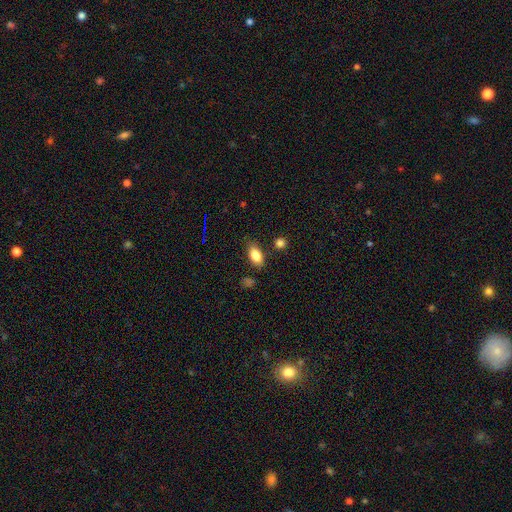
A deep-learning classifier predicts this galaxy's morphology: Smooth or featured: smooth — 83% (star or artifact — 9%)
How rounded: in between — 88% (round — 6%)
Merging: none — 80% (minor disturbance — 13%)